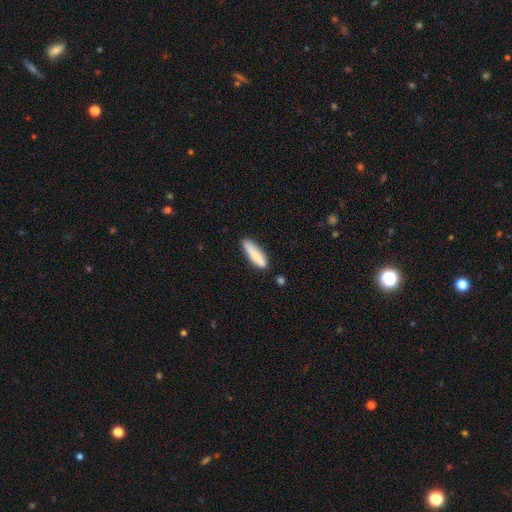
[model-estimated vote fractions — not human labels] smooth-or-featured: smooth: 80% | featured or disk: 14% | star or artifact: 6%
  how-rounded: cigar-shaped: 71% | in between: 28% | round: 2%
  merging: none: 79% | minor disturbance: 15% | merger: 4% | major disturbance: 3%